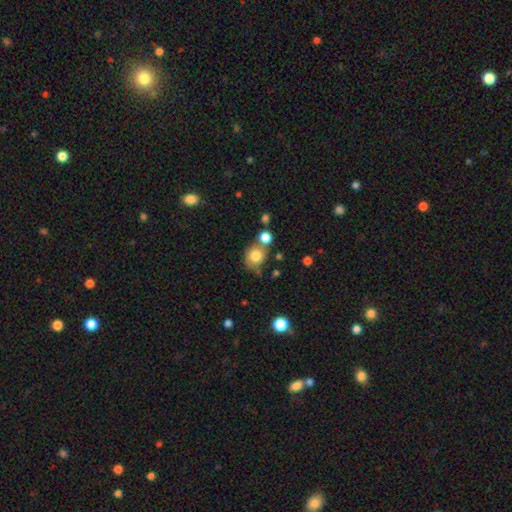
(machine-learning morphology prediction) Smooth or featured: smooth — 79% (featured or disk — 11%)
How rounded: round — 75% (in between — 24%)
Merging: none — 58% (merger — 22%)